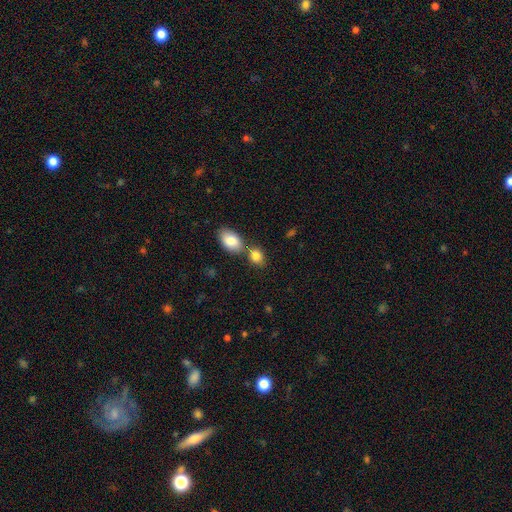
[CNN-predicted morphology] smooth 85%, star or artifact 8%, featured or disk 7%. Down the decision tree: how rounded — in between (67%); merging — none (47%).